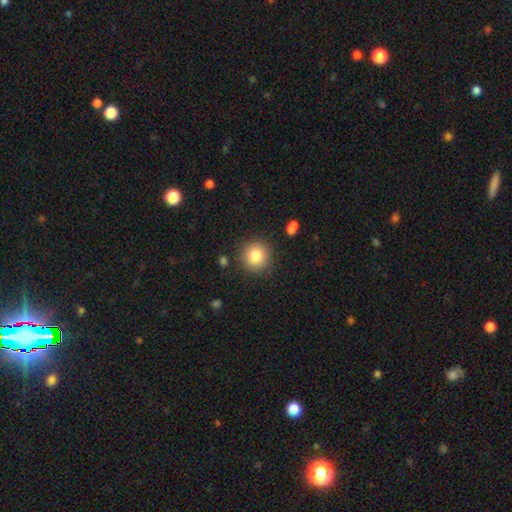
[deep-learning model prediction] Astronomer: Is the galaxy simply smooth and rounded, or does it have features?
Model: smooth — 83%.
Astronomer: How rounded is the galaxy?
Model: round — 90%.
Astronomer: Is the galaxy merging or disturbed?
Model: none — 86%.